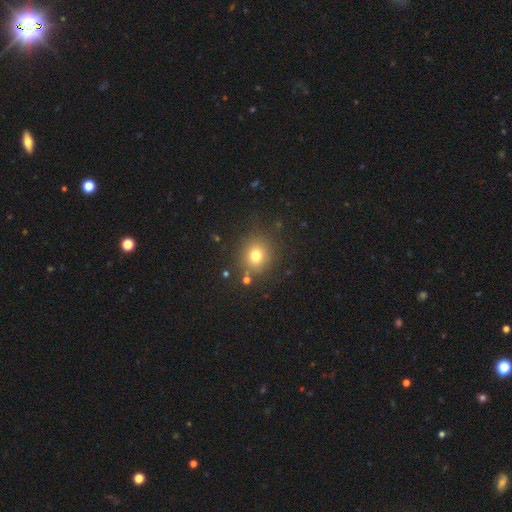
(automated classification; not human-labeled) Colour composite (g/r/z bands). It shows a smooth galaxy with no disk features (74%) that is round (84%). Merging: none (84%).